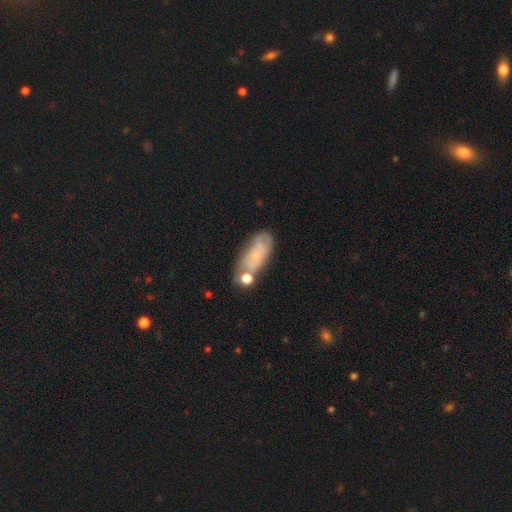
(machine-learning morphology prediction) Q: Smooth or featured?
A: featured or disk (51%); runner-up: smooth (40%)
Q: Edge-on disk?
A: no (89%); runner-up: yes (11%)
Q: Merging?
A: none (53%); runner-up: minor disturbance (23%)